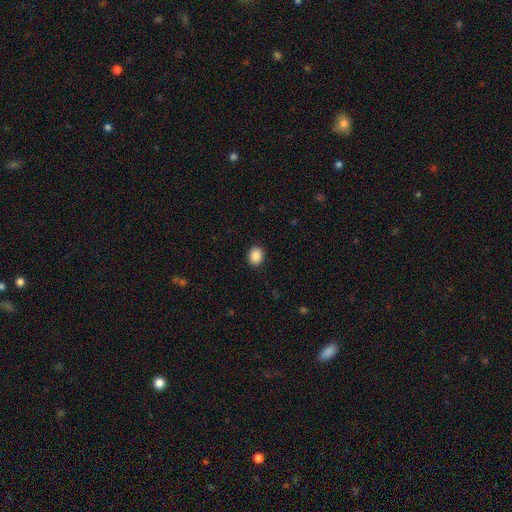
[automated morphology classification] type=smooth (89%); roundness=round (61%); merging=none (91%).